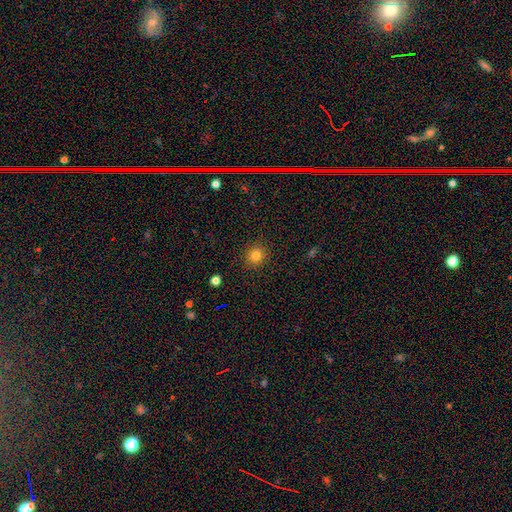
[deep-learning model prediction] Morphology: type=smooth (81%); roundness=round (86%); merging=none (91%).